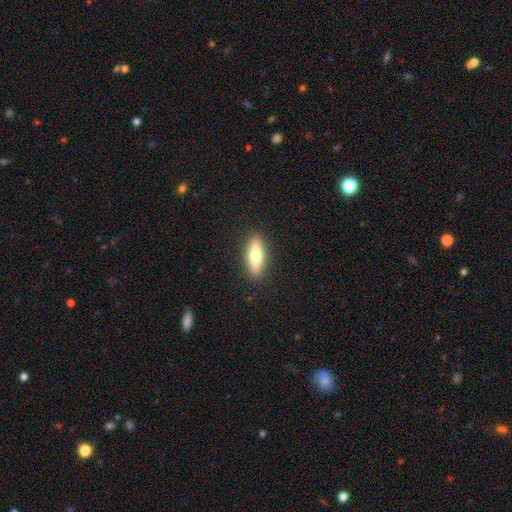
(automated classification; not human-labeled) Smooth or featured?
  - smooth: 64% *
  - featured or disk: 30%
  - star or artifact: 6%
How rounded?
  - in between: 54% *
  - cigar-shaped: 43%
  - round: 3%
Merging?
  - none: 89% *
  - minor disturbance: 8%
  - major disturbance: 2%
  - merger: 1%